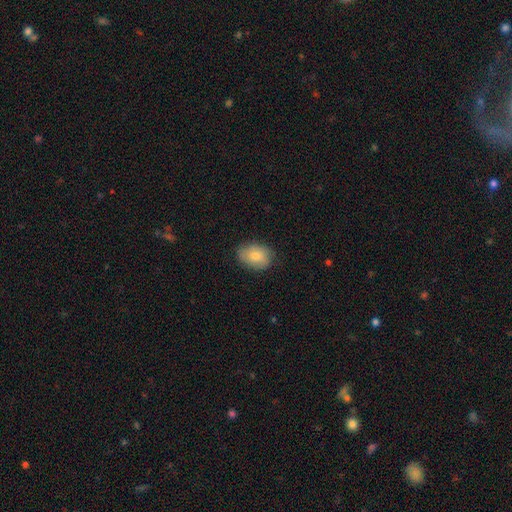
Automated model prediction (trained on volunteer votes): smooth_or_featured: smooth (p=0.81) [alt: featured or disk p=0.12]
how_rounded: in between (p=0.79) [alt: round p=0.20]
merging: none (p=0.80) [alt: minor disturbance p=0.16]